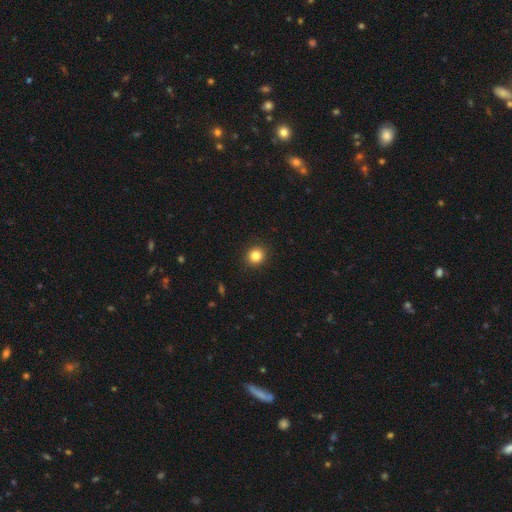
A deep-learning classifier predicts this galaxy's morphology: This appears to be a smooth galaxy with no disk features (84%) that is round (88%). Merging: none (92%).